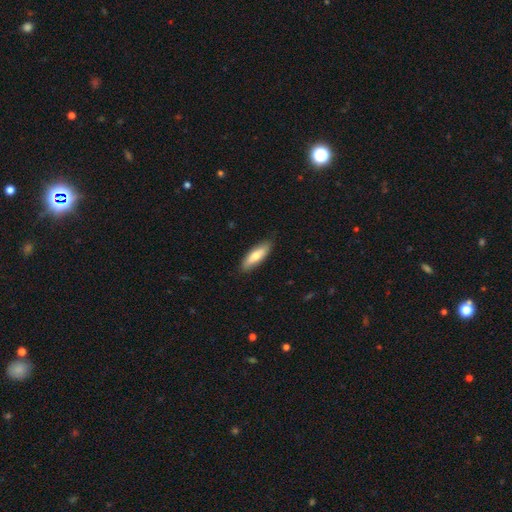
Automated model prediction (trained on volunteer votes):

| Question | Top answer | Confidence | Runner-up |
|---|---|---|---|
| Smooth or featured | smooth | 71% | featured or disk (24%) |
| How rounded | in between | 53% | cigar-shaped (45%) |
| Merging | none | 86% | minor disturbance (11%) |